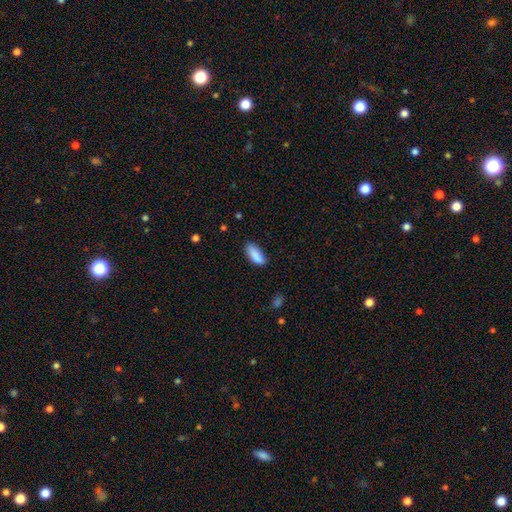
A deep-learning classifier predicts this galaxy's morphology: type=smooth (88%); roundness=in between (74%); merging=none (76%).